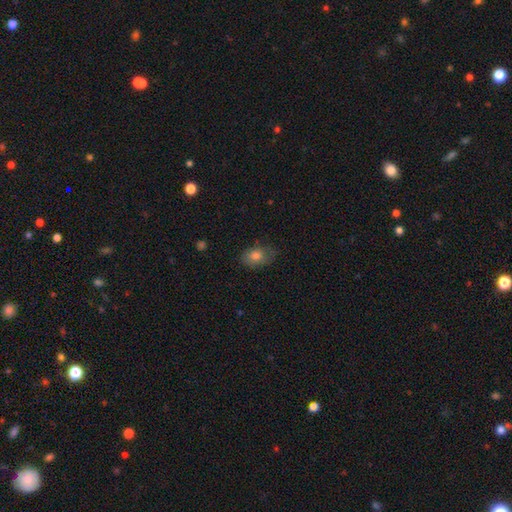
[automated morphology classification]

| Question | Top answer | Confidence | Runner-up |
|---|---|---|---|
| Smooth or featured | smooth | 80% | featured or disk (11%) |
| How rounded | in between | 80% | round (19%) |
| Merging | none | 67% | minor disturbance (25%) |